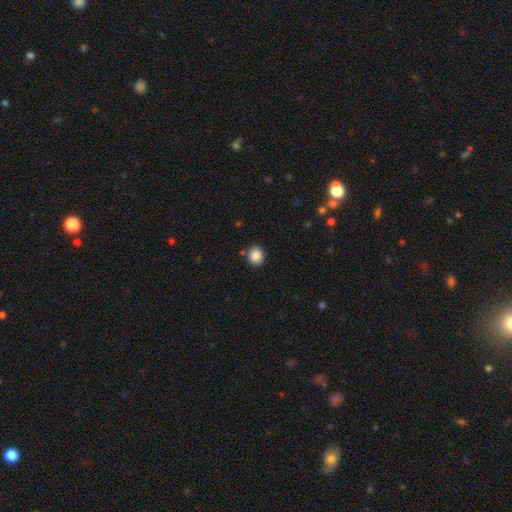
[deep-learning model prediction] The model was most divided on "how rounded": round: 69%, in between: 30%, cigar-shaped: 1%. More confident: smooth or featured — smooth (87%); merging — none (86%).